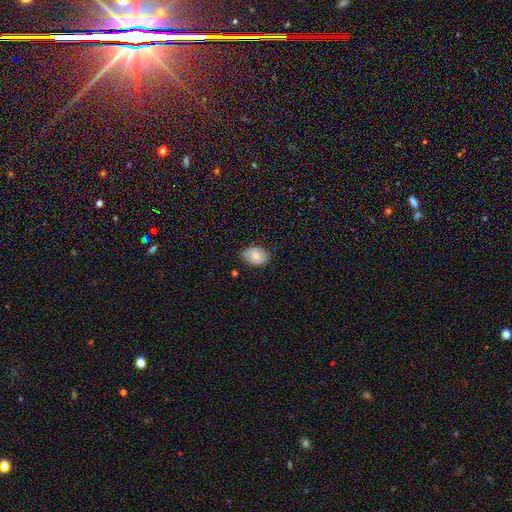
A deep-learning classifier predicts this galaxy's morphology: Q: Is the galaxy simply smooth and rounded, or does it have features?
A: smooth — 62%.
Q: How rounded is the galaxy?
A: in between — 81%.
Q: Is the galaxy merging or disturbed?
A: none — 81%.